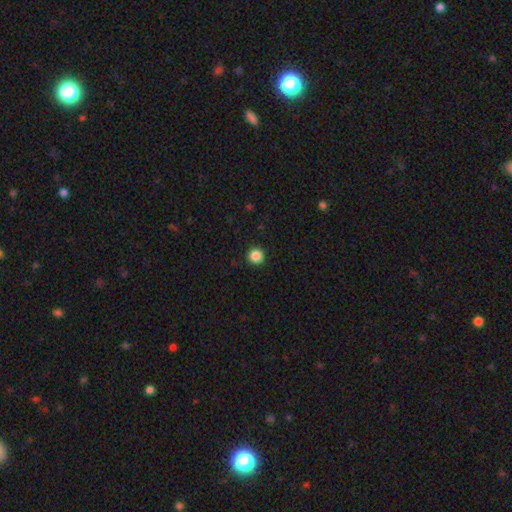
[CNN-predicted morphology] The model was most divided on "smooth or featured": smooth: 87%, star or artifact: 10%, featured or disk: 3%. More confident: how rounded — round (96%); merging — none (93%).